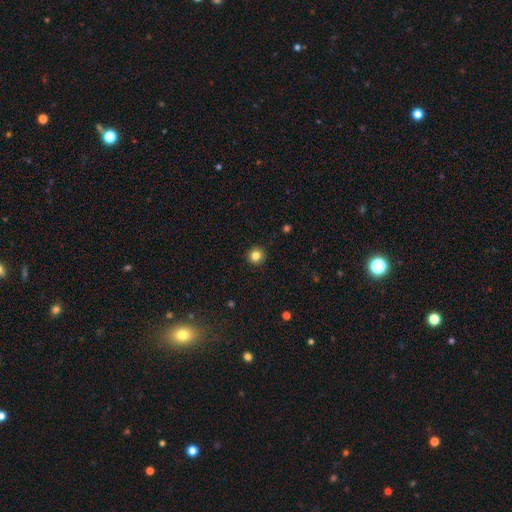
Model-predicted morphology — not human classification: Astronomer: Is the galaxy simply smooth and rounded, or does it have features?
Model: smooth — 83%.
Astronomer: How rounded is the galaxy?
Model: round — 92%.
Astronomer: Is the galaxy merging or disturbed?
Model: none — 92%.